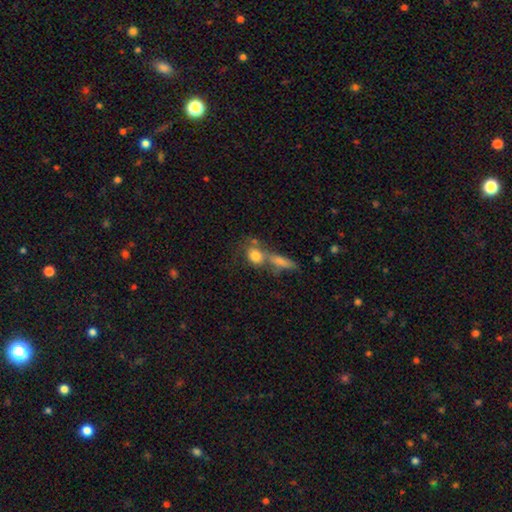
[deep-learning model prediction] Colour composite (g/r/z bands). It shows a smooth galaxy with no disk features (75%) that is round (56%). Merging: merger (47%).